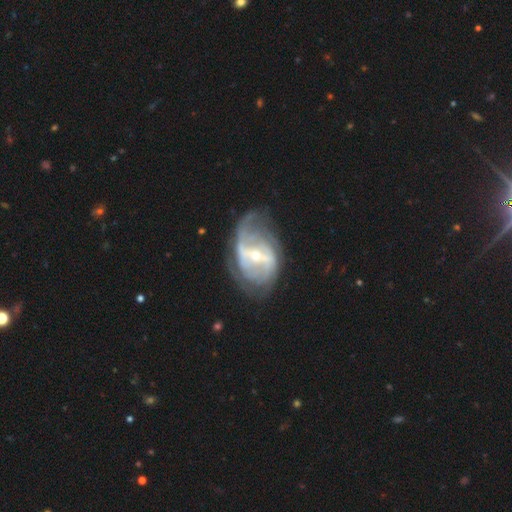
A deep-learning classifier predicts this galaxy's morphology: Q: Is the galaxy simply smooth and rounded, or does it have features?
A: featured or disk — 87%.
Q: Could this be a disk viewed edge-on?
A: no — 96%.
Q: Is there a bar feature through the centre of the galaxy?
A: strong — 46%.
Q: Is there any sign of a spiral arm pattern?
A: yes — 90%.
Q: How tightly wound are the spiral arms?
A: medium — 41%.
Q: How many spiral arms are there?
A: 2 — 57%.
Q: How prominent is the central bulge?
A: small — 65%.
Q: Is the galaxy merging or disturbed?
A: none — 60%.